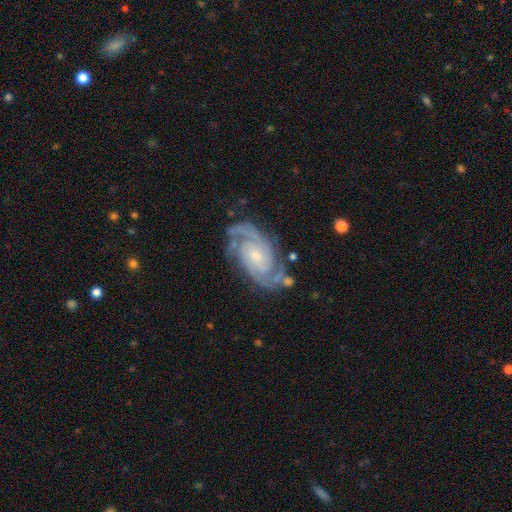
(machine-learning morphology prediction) featured or disk 92%, star or artifact 5%, smooth 4%. Down the decision tree: edge-on disk — no (97%); bar — no (62%); spiral arms — yes (98%); spiral arm count — 2 (70%); spiral winding — tight (59%); bulge size — small (64%); merging — none (74%).